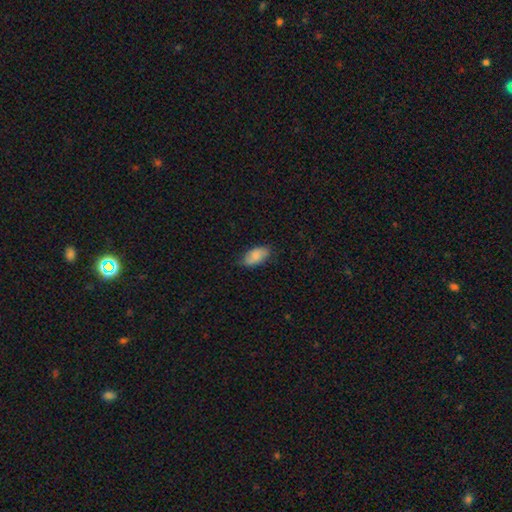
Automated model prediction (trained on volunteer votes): The model was most divided on "merging": none: 78%, minor disturbance: 18%, major disturbance: 3%, merger: 1%. More confident: how rounded — in between (93%); smooth or featured — smooth (82%).